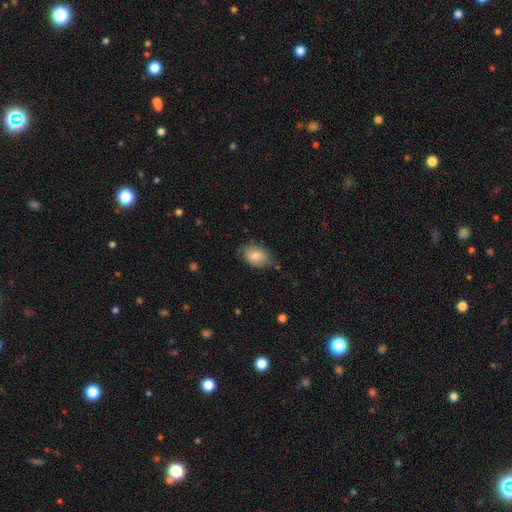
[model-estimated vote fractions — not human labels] Smooth or featured: smooth — 77% (featured or disk — 16%)
How rounded: in between — 87% (round — 11%)
Merging: none — 73% (minor disturbance — 21%)